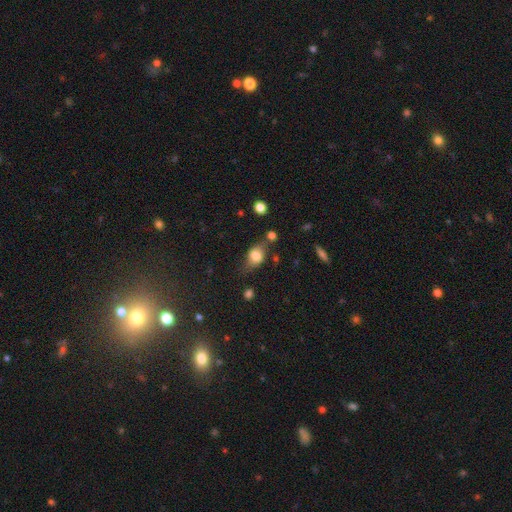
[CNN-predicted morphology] Smooth or featured?
  - smooth: 75% *
  - featured or disk: 16%
  - star or artifact: 9%
How rounded?
  - in between: 70% *
  - round: 26%
  - cigar-shaped: 3%
Merging?
  - none: 55% *
  - minor disturbance: 28%
  - major disturbance: 10%
  - merger: 7%